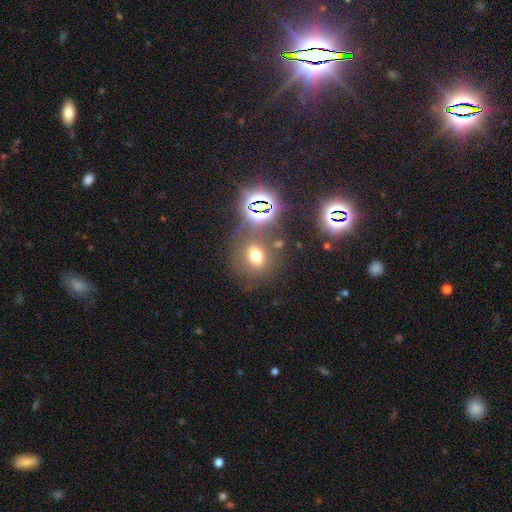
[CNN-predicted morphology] smooth_or_featured: smooth (p=0.58) [alt: star or artifact p=0.29]
how_rounded: round (p=0.53) [alt: in between p=0.45]
merging: none (p=0.68) [alt: minor disturbance p=0.13]